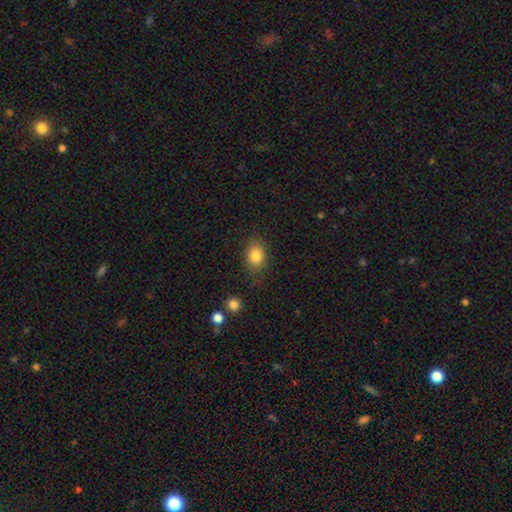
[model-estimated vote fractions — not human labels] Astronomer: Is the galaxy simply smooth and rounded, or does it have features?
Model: smooth — 84%.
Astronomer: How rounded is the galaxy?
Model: in between — 69%.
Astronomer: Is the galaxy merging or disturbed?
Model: none — 79%.